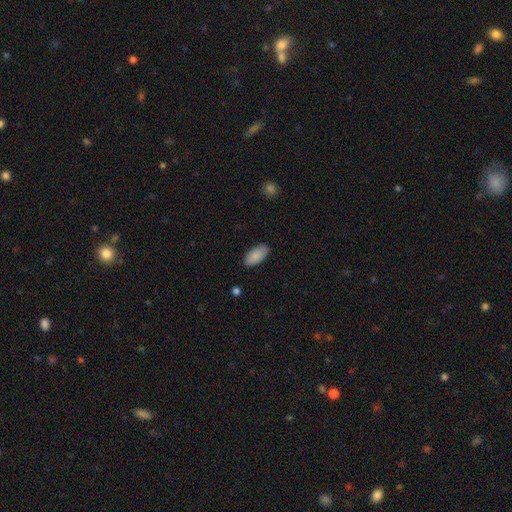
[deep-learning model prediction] Smooth or featured?
  - smooth: 89% *
  - star or artifact: 6%
  - featured or disk: 5%
How rounded?
  - in between: 93% *
  - cigar-shaped: 6%
  - round: 2%
Merging?
  - none: 86% *
  - minor disturbance: 11%
  - major disturbance: 2%
  - merger: 1%